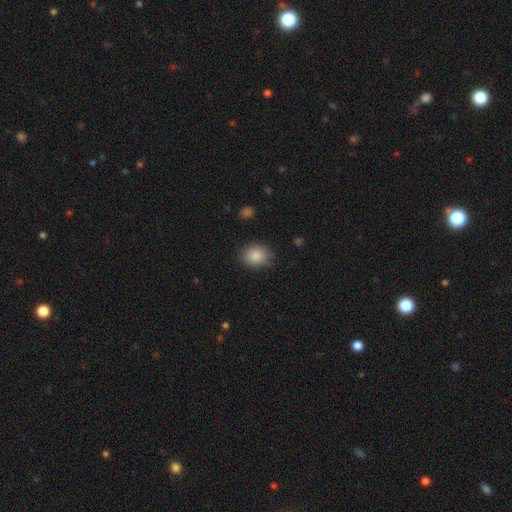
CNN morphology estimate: This appears to be a smooth galaxy with no disk features (86%) that is round (58%). Merging: none (82%).